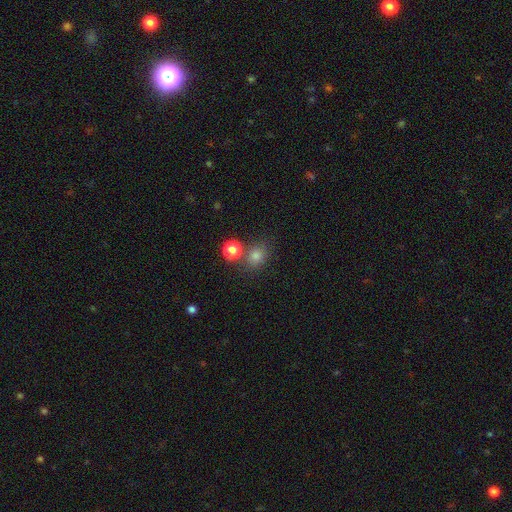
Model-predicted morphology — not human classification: The model was most divided on "how rounded": round: 70%, in between: 29%, cigar-shaped: 1%. More confident: smooth or featured — smooth (75%); merging — none (70%).